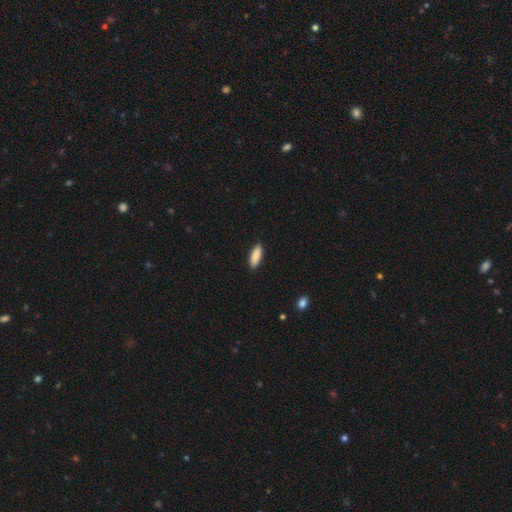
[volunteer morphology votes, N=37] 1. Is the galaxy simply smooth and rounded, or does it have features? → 81% smooth, 14% featured or disk, 5% star or artifact.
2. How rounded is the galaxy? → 53% cigar-shaped, 47% in between, 0% round.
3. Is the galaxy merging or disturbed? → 91% none, 9% minor disturbance, 0% major disturbance, 0% merger.